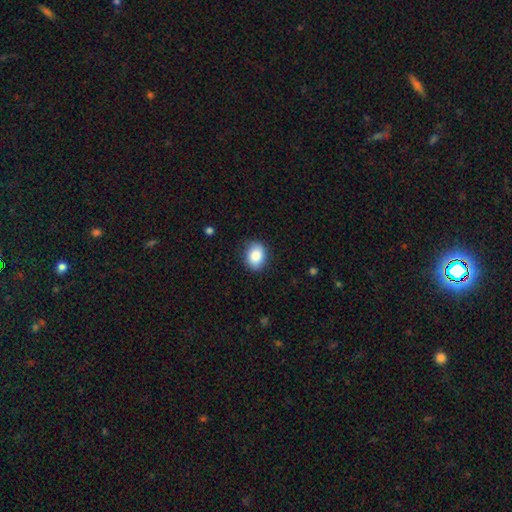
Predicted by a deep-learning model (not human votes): Smooth or featured? Predicted: smooth (p=0.87). How rounded? Predicted: in between (p=0.64). Merging? Predicted: none (p=0.84).